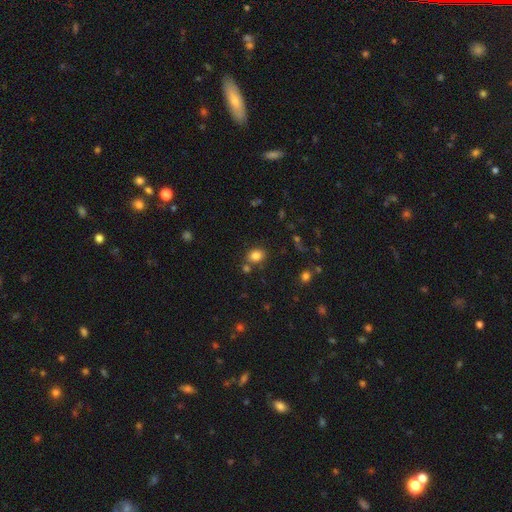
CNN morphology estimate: Smooth or featured: smooth — 83% (star or artifact — 11%)
How rounded: in between — 50% (round — 49%)
Merging: none — 75% (minor disturbance — 11%)